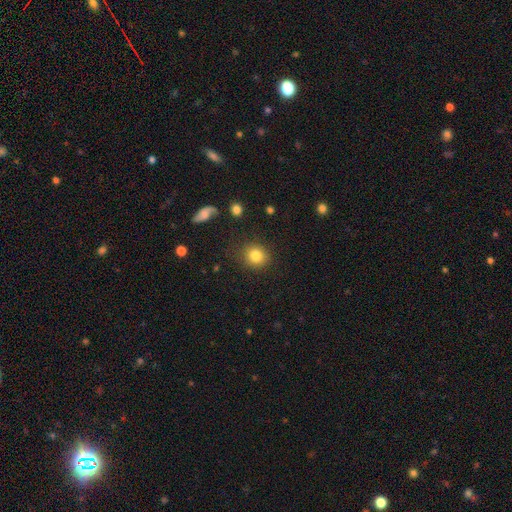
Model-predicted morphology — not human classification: type=smooth (82%); roundness=round (82%); merging=none (86%).